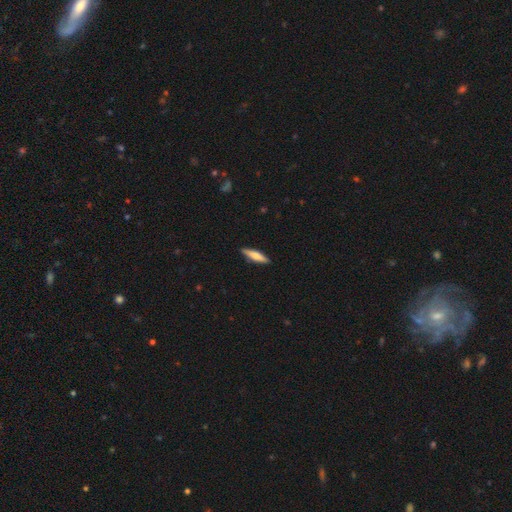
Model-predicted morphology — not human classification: A smooth galaxy with no disk features (62%) that is cigar-shaped (79%). Merging: none (89%).